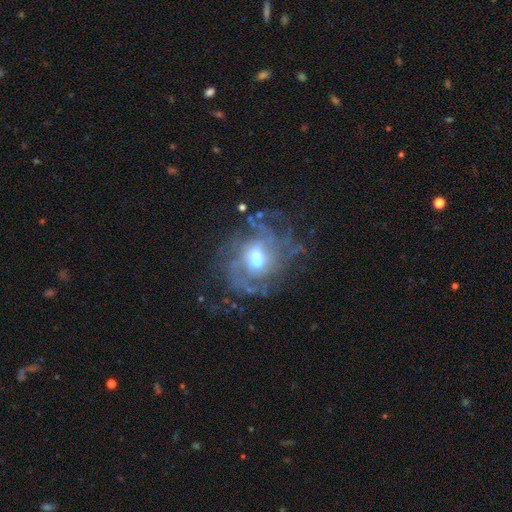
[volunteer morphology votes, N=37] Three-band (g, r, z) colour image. It shows a featured or disk galaxy (92%) with no bar (53%), medium (61%) spiral arms (82%) and a moderate central bulge (50%). Merging: none (38%).